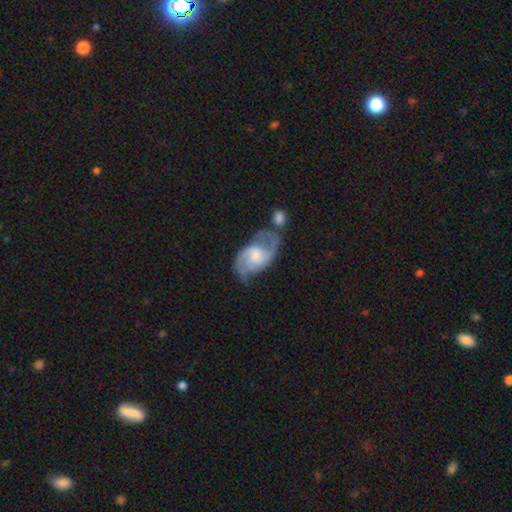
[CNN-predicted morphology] Overall: featured or disk (84%). Edge-on disk: no (97%). Bar: no (49%; weak 43%). Spiral arms: yes (96%). Spiral arm count: 2 (87%). Spiral winding: medium (50%; loose 31%). Bulge size: moderate (43%; small 38%). Merging: none (50%; minor disturbance 24%).